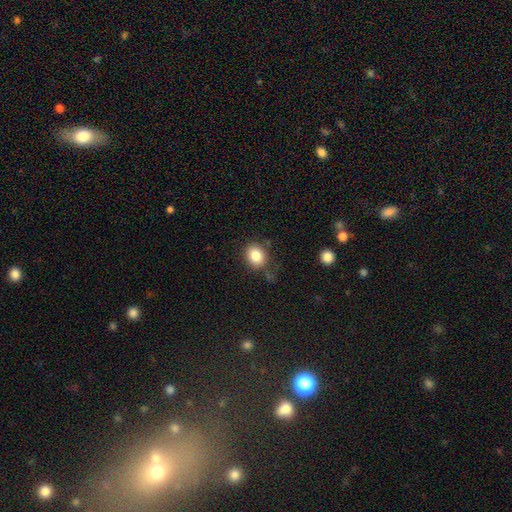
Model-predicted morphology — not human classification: Smooth or featured?
  - smooth: 85% *
  - star or artifact: 9%
  - featured or disk: 6%
How rounded?
  - round: 52% *
  - in between: 47%
  - cigar-shaped: 1%
Merging?
  - none: 76% *
  - minor disturbance: 15%
  - major disturbance: 5%
  - merger: 4%